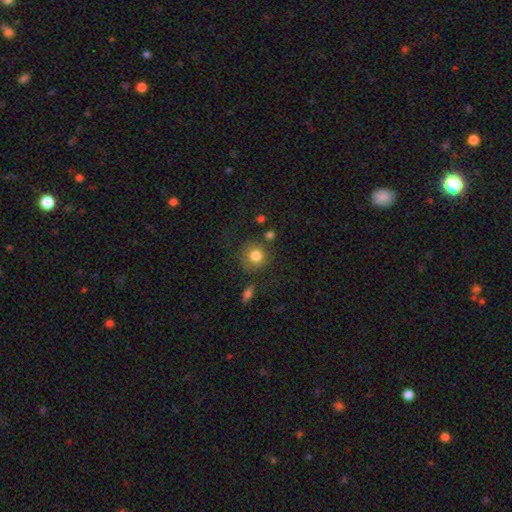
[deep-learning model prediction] Smooth or featured: smooth — 80% (star or artifact — 10%)
How rounded: round — 89% (in between — 10%)
Merging: none — 73% (minor disturbance — 14%)